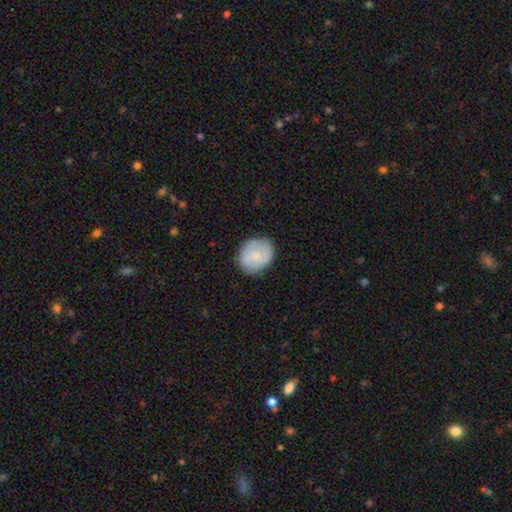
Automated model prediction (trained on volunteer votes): Smooth or featured? Predicted: smooth (p=0.71). How rounded? Predicted: round (p=0.67). Merging? Predicted: none (p=0.80).